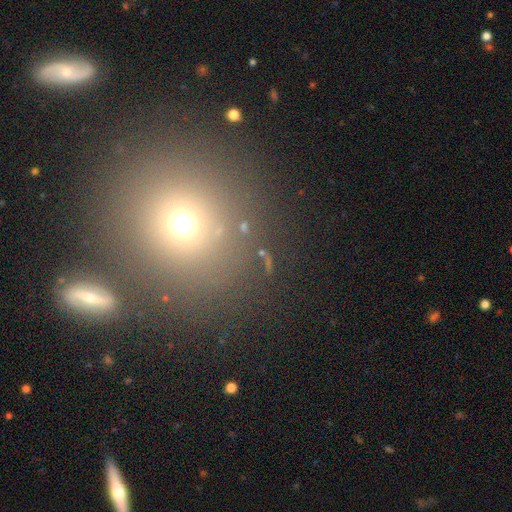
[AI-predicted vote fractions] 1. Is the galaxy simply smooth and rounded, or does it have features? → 58% smooth, 30% star or artifact, 12% featured or disk.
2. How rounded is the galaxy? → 90% round, 9% in between, 1% cigar-shaped.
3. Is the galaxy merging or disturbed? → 81% none, 8% minor disturbance, 7% merger, 4% major disturbance.